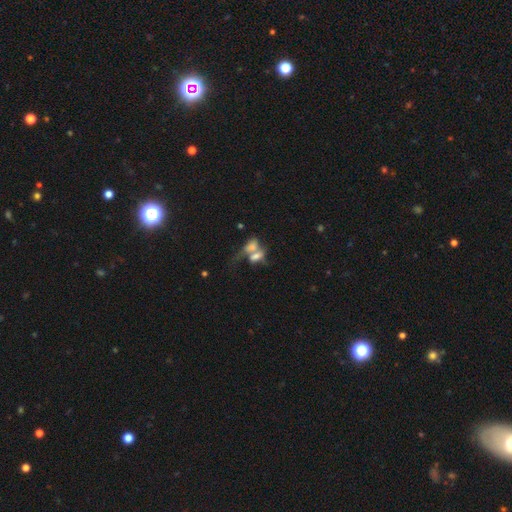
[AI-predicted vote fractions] Smooth or featured? Predicted: smooth (p=0.58). How rounded? Predicted: in between (p=0.79). Merging? Predicted: merger (p=0.71).